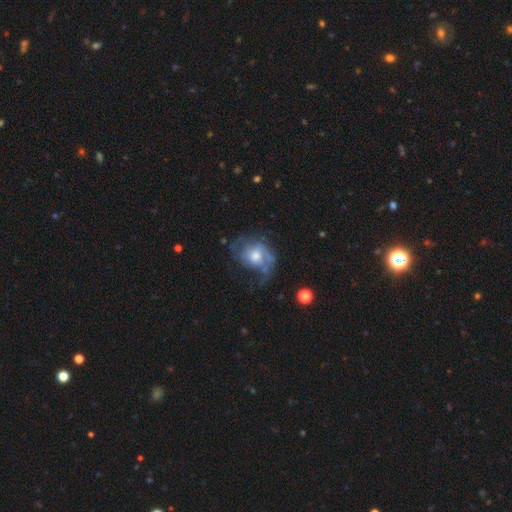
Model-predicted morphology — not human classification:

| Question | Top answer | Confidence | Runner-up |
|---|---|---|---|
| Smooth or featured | featured or disk | 63% | smooth (28%) |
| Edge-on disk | no | 97% | yes (3%) |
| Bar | no | 71% | weak (25%) |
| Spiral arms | yes | 74% | no (26%) |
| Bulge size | moderate | 61% | small (19%) |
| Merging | none | 40% | major disturbance (33%) |